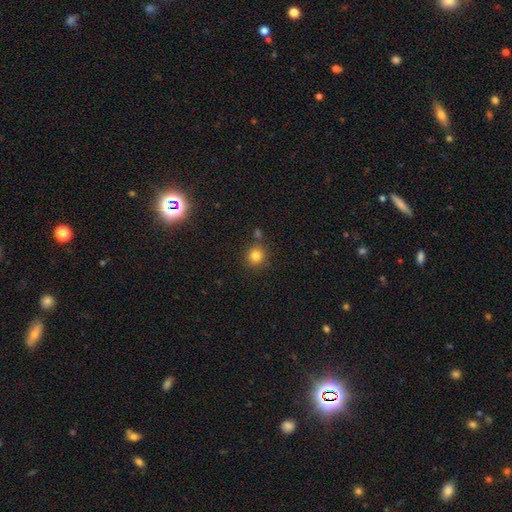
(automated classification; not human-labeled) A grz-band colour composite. It shows a smooth galaxy with no disk features (82%) that is round (92%). Merging: none (80%).